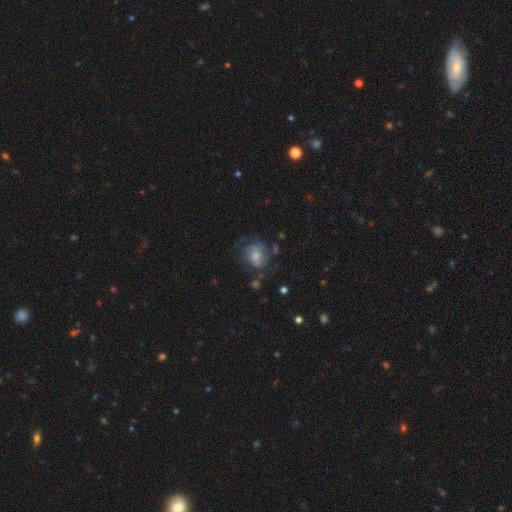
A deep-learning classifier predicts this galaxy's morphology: Smooth or featured? smooth (48%)
Merging? none (51%)